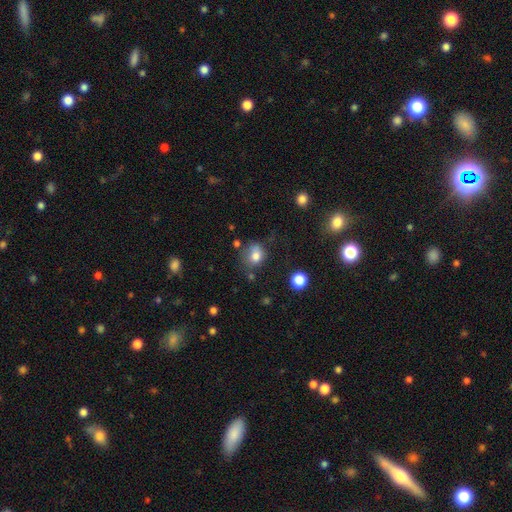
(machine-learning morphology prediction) Smooth or featured? smooth (78%)
How rounded? round (63%)
Merging? none (57%)